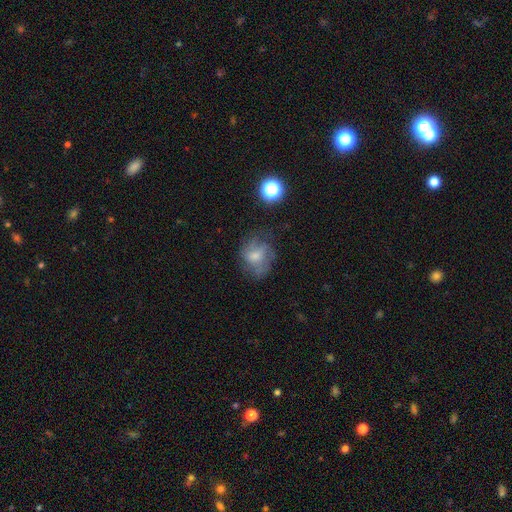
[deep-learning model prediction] Q: Smooth or featured?
A: featured or disk (51%); runner-up: smooth (37%)
Q: Edge-on disk?
A: no (97%); runner-up: yes (3%)
Q: Merging?
A: none (53%); runner-up: minor disturbance (24%)